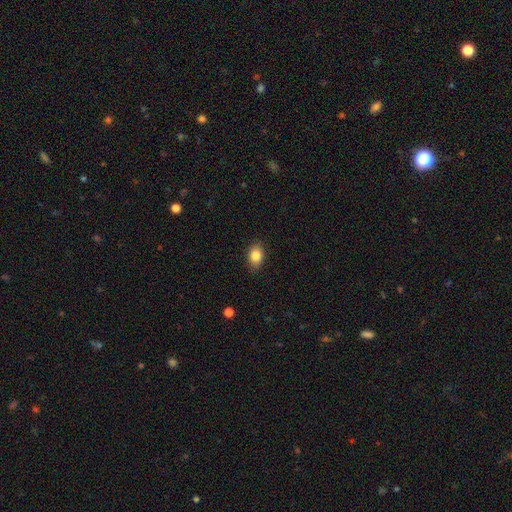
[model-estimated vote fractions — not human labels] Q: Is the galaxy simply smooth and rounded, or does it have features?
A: smooth — 84%.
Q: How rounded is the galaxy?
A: in between — 78%.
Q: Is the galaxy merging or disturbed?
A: none — 86%.